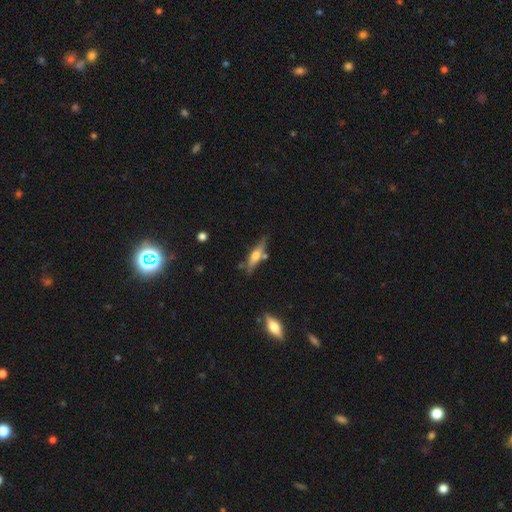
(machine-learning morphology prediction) The model was most divided on "smooth or featured": featured or disk: 48%, smooth: 45%, star or artifact: 7%. More confident: merging — none (69%).